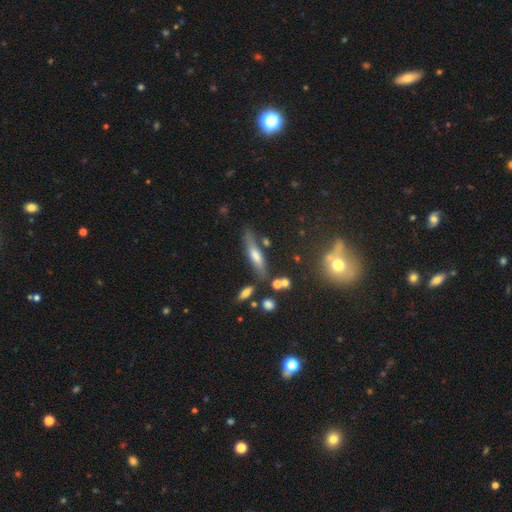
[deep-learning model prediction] This is possibly a smooth galaxy (46%). Merging: likely none (72%).